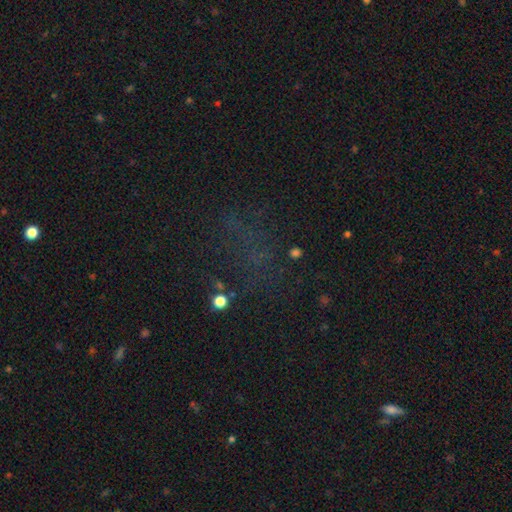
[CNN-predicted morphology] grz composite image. It shows a star or artifact, not a galaxy (55%).